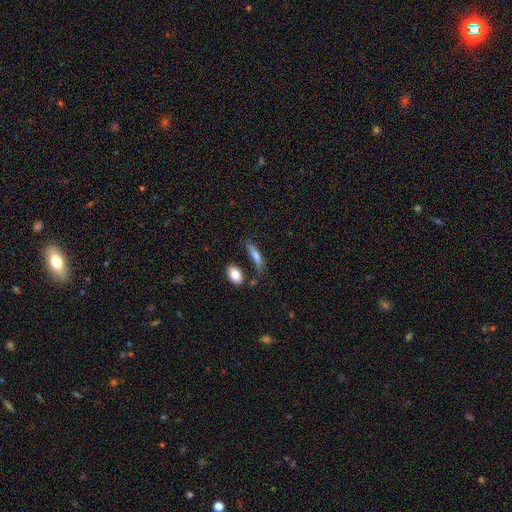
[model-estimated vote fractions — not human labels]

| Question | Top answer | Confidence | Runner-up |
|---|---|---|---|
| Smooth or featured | smooth | 77% | featured or disk (15%) |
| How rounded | cigar-shaped | 63% | in between (34%) |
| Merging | none | 59% | minor disturbance (22%) |